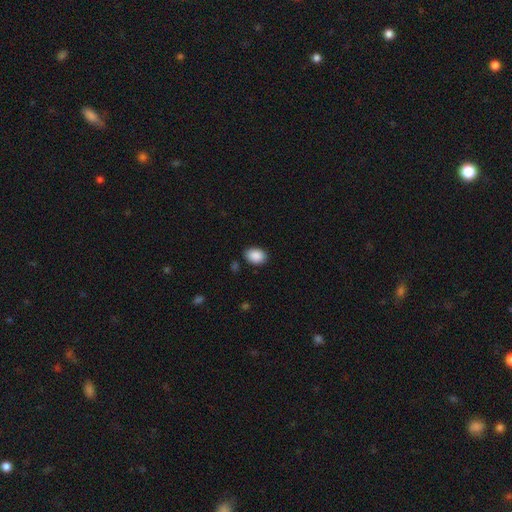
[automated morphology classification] Smooth or featured? Predicted: smooth (p=0.89). How rounded? Predicted: in between (p=0.78). Merging? Predicted: none (p=0.86).